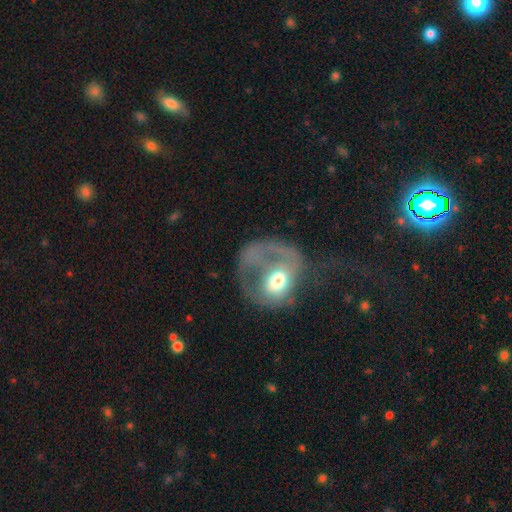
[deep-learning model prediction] Smooth or featured? Predicted: featured or disk (p=0.57). Edge-on disk? Predicted: no (p=0.97). Bar? Predicted: no (p=0.77). Spiral arms? Predicted: no (p=0.61). Bulge size? Predicted: moderate (p=0.65). Merging? Predicted: major disturbance (p=0.61).